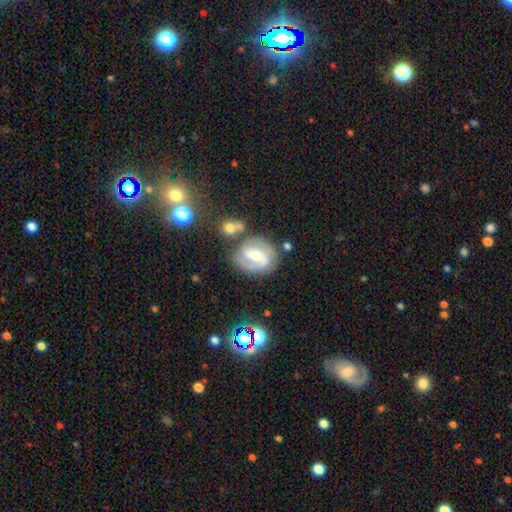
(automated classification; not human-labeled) smooth-or-featured: featured or disk: 76% | smooth: 17% | star or artifact: 7%
  disk-edge-on: no: 96% | yes: 4%
    bar: weak: 45% | strong: 35% | no: 20%
    has-spiral-arms: yes: 89% | no: 11%
      spiral-winding: medium: 45% | tight: 39% | loose: 16%
      spiral-arm-count: 2: 75% | can't tell: 12% | 3: 6% | 1: 4% | 4: 1% | more than 4: 1%
    bulge-size: moderate: 57% | small: 36% | large: 4% | none: 2% | dominant: 1%
  merging: none: 67% | minor disturbance: 16% | merger: 11% | major disturbance: 7%